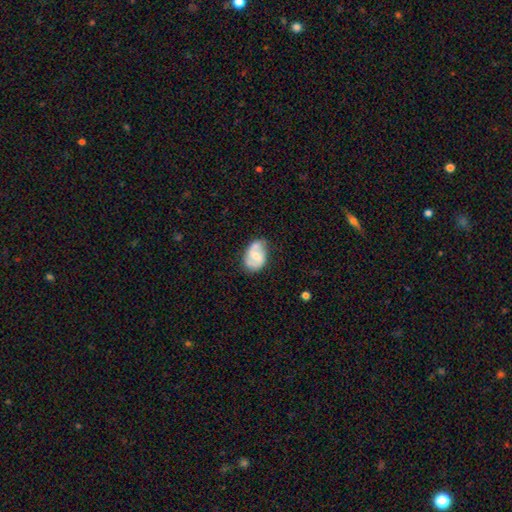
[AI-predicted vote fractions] Q: Smooth or featured?
A: featured or disk (65%); runner-up: smooth (29%)
Q: Edge-on disk?
A: no (97%); runner-up: yes (3%)
Q: Bar?
A: weak (46%); runner-up: no (40%)
Q: Spiral arms?
A: yes (84%); runner-up: no (16%)
Q: Spiral winding?
A: medium (46%); runner-up: loose (31%)
Q: Spiral arm count?
A: 2 (83%); runner-up: can't tell (9%)
Q: Bulge size?
A: moderate (57%); runner-up: small (36%)
Q: Merging?
A: none (62%); runner-up: minor disturbance (27%)